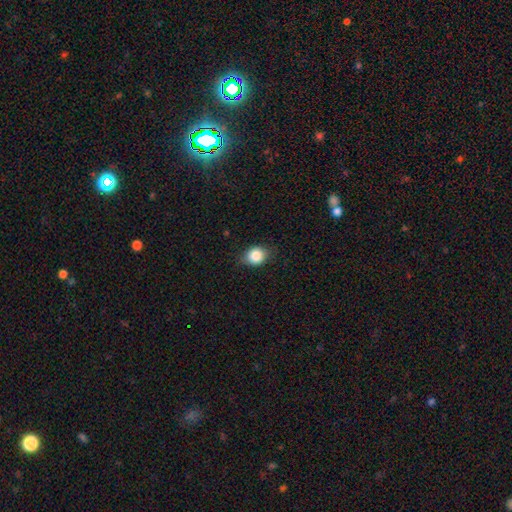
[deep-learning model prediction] smooth-or-featured: smooth: 84% | star or artifact: 9% | featured or disk: 7%
  how-rounded: round: 59% | in between: 40% | cigar-shaped: 1%
  merging: none: 77% | minor disturbance: 19% | major disturbance: 4% | merger: 1%